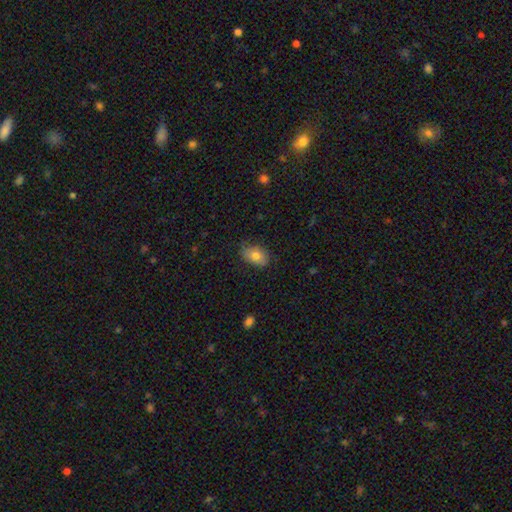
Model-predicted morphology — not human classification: Smooth or featured? Predicted: smooth (p=0.77). How rounded? Predicted: in between (p=0.86). Merging? Predicted: none (p=0.74).